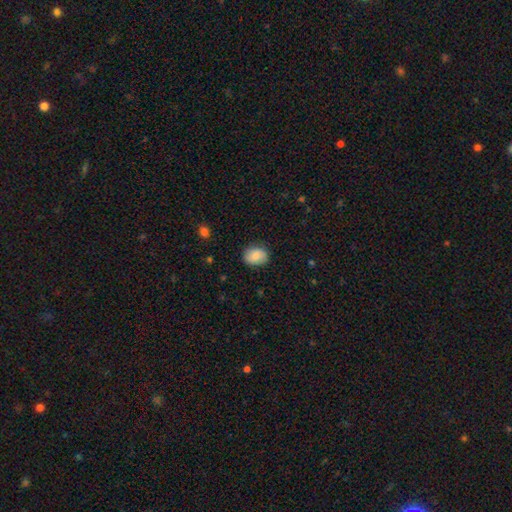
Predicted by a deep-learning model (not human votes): smooth 82%, featured or disk 11%, star or artifact 7%. Down the decision tree: how rounded — in between (57%); merging — none (85%).